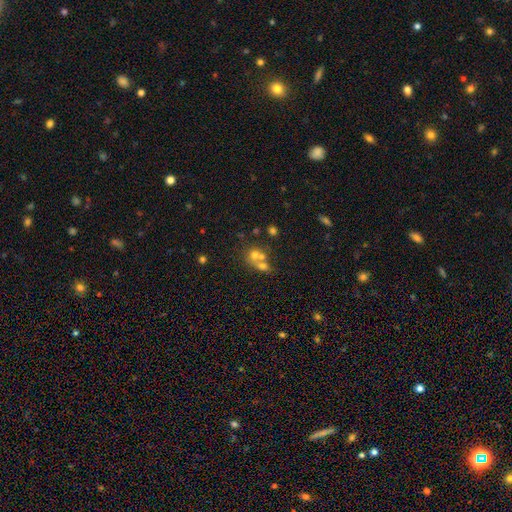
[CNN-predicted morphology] The model was most divided on "merging": merger: 56%, none: 33%, minor disturbance: 7%, major disturbance: 4%. More confident: how rounded — round (75%); smooth or featured — smooth (56%).